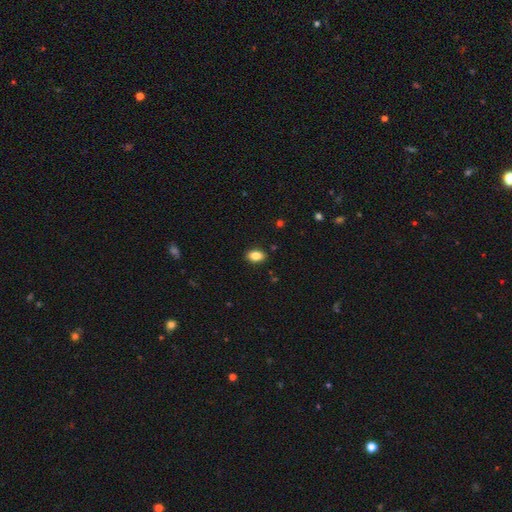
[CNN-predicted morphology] Q: Smooth or featured?
A: smooth (85%); runner-up: star or artifact (9%)
Q: How rounded?
A: in between (88%); runner-up: round (10%)
Q: Merging?
A: none (88%); runner-up: minor disturbance (9%)